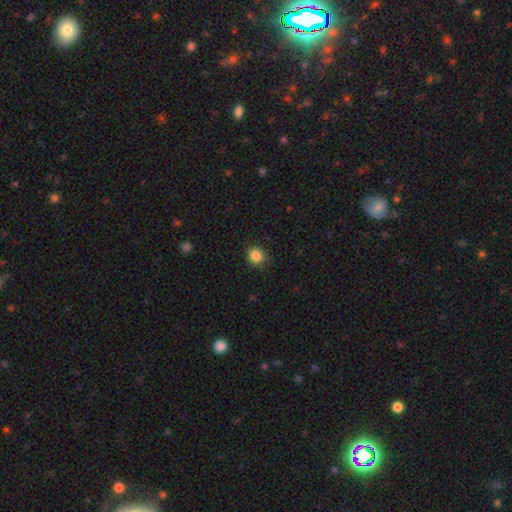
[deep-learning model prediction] A smooth galaxy with no disk features (86%) that is round (80%).

Vote fractions:
- Smooth or featured? smooth: 86% / star or artifact: 11% / featured or disk: 3%
- How rounded? round: 80% / in between: 19% / cigar-shaped: 1%
- Merging? none: 85% / minor disturbance: 11% / major disturbance: 3% / merger: 1%